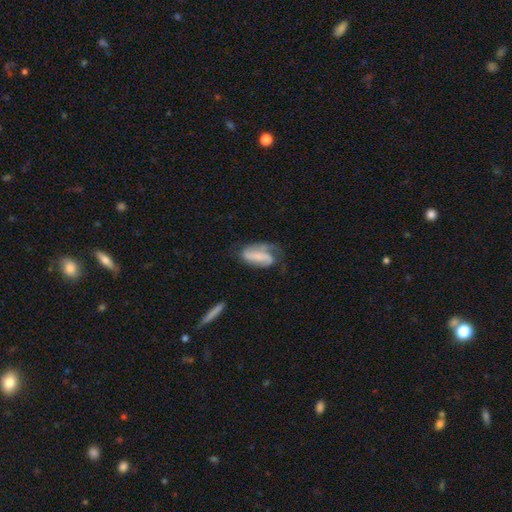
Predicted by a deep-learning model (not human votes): Q: Smooth or featured?
A: featured or disk (54%); runner-up: smooth (39%)
Q: Edge-on disk?
A: no (94%); runner-up: yes (6%)
Q: Bar?
A: no (40%); runner-up: weak (31%)
Q: Spiral arms?
A: yes (82%); runner-up: no (18%)
Q: Bulge size?
A: none (46%); runner-up: small (30%)
Q: Merging?
A: none (36%); runner-up: major disturbance (32%)